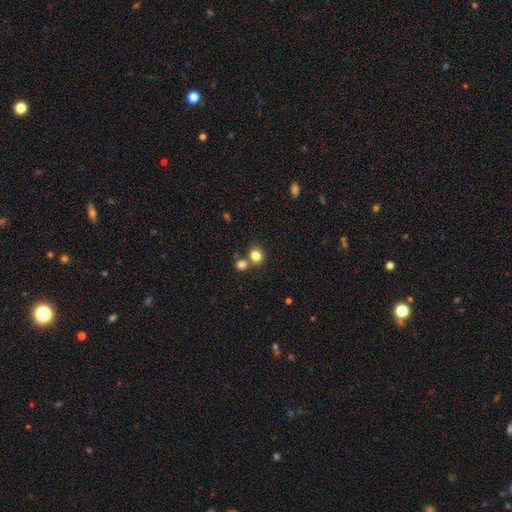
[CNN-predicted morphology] The model was most divided on "merging": none: 62%, merger: 27%, minor disturbance: 8%, major disturbance: 3%. More confident: smooth or featured — smooth (81%); how rounded — round (80%).